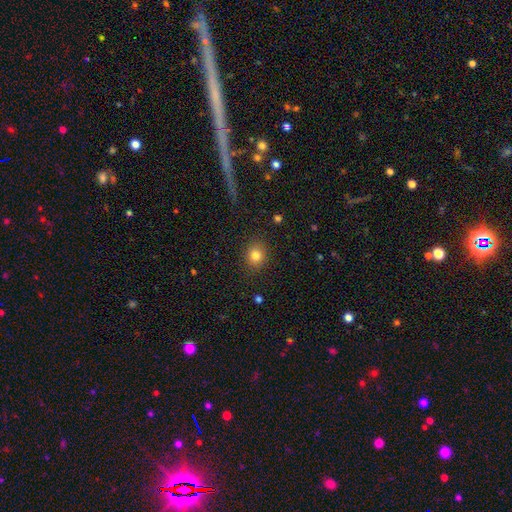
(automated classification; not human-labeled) smooth-or-featured: smooth: 81% | star or artifact: 12% | featured or disk: 7%
  how-rounded: round: 72% | in between: 27% | cigar-shaped: 1%
  merging: none: 89% | minor disturbance: 8% | major disturbance: 3% | merger: 1%